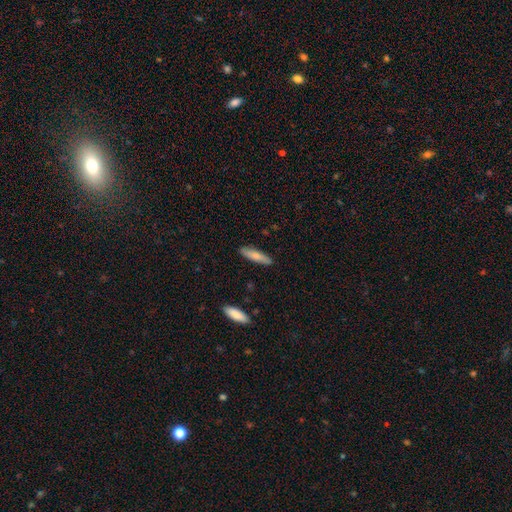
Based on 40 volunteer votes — Smooth or featured? 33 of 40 (82%) said smooth. How rounded? 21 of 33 (64%) said cigar-shaped. Merging? 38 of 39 (97%) said none.